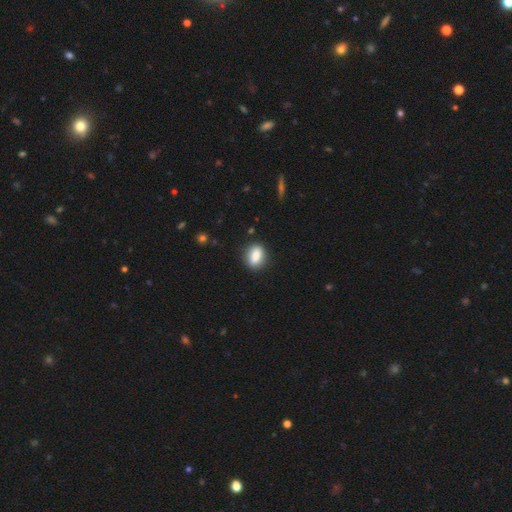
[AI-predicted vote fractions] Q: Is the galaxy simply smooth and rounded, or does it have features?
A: smooth — 85%.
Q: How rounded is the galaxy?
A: in between — 72%.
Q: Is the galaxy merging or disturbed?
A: none — 85%.